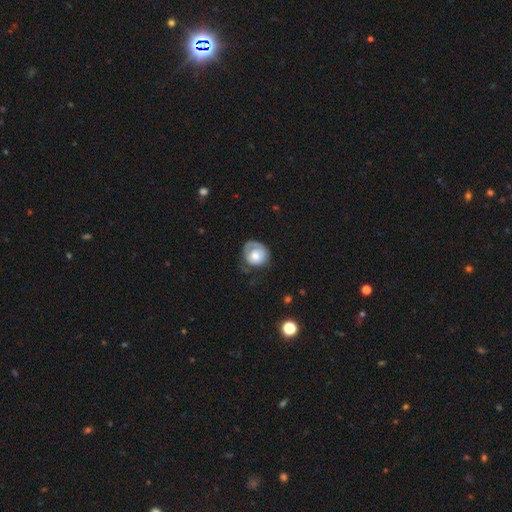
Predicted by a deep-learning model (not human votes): Smooth or featured? Predicted: smooth (p=0.59). How rounded? Predicted: round (p=0.80). Merging? Predicted: none (p=0.51).